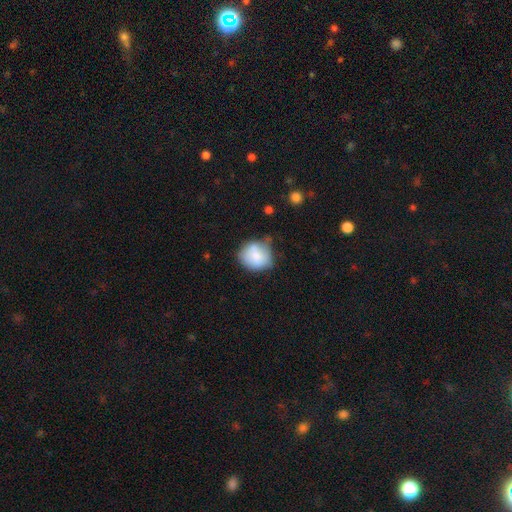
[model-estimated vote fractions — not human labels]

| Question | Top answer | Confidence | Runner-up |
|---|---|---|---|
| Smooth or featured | smooth | 77% | featured or disk (15%) |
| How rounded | round | 72% | in between (27%) |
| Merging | none | 43% | minor disturbance (36%) |